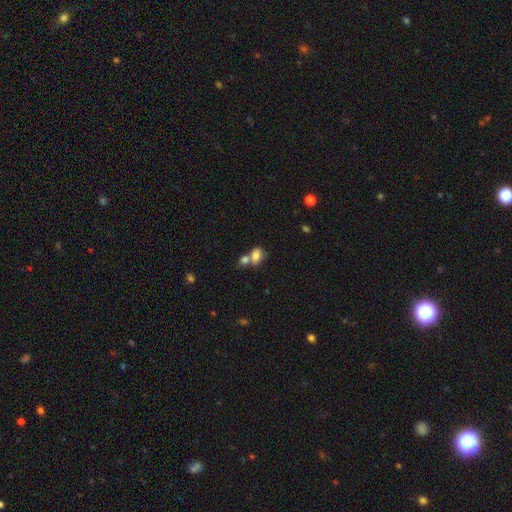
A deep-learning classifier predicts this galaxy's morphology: A smooth galaxy with no disk features (80%) that is in between round and cigar-shaped (77%).

Vote fractions:
- Smooth or featured? smooth: 80% / star or artifact: 10% / featured or disk: 10%
- How rounded? in between: 77% / round: 21% / cigar-shaped: 2%
- Merging? merger: 55% / none: 31% / minor disturbance: 10% / major disturbance: 5%